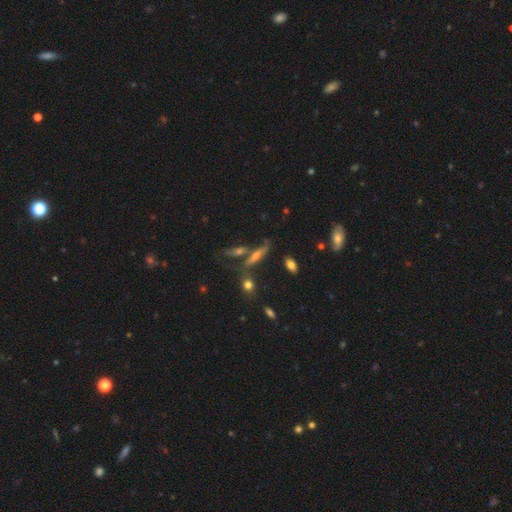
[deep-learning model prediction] This appears to be a featured or disk galaxy (52%) viewed edge-on (87%). Merging: none (62%).